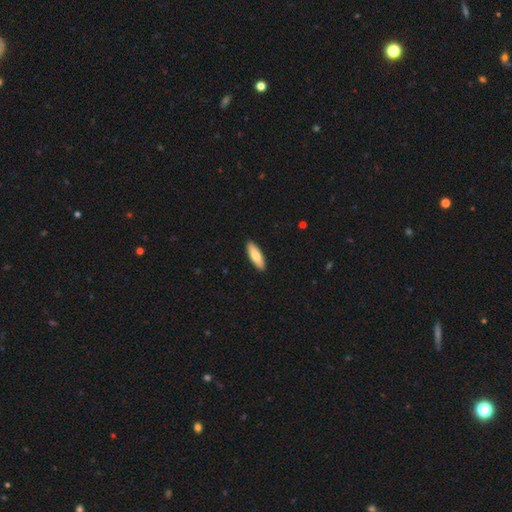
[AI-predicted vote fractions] Morphology: type=smooth (78%); roundness=in between (50%); merging=none (91%).